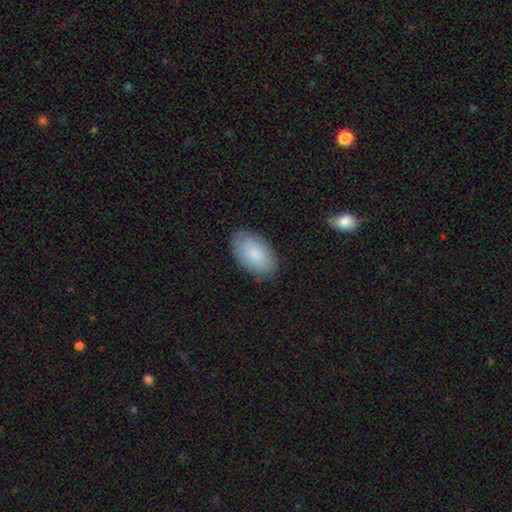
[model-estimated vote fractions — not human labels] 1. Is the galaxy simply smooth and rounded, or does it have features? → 83% smooth, 11% featured or disk, 6% star or artifact.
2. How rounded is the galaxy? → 94% in between, 4% round, 1% cigar-shaped.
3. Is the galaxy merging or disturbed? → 84% none, 12% minor disturbance, 3% major disturbance, 1% merger.